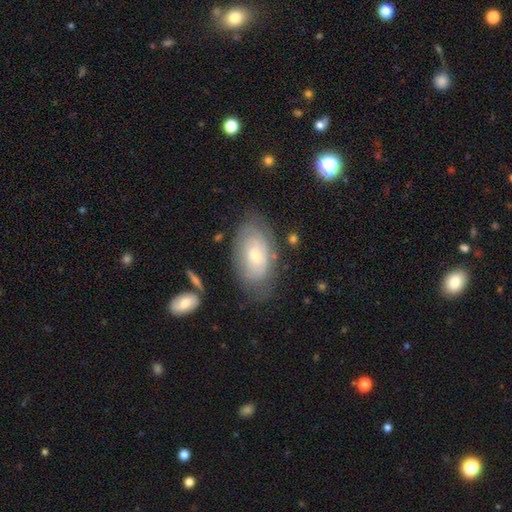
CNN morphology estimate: This is possibly a featured or disk galaxy (50%). It is clearly not viewed edge-on (92%). Merging: likely none (70%).